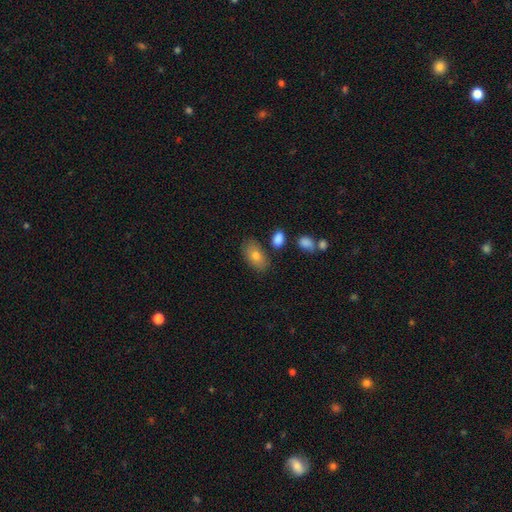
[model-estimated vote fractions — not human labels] The model was most divided on "smooth or featured": smooth: 76%, featured or disk: 15%, star or artifact: 8%. More confident: how rounded — in between (90%); merging — none (77%).